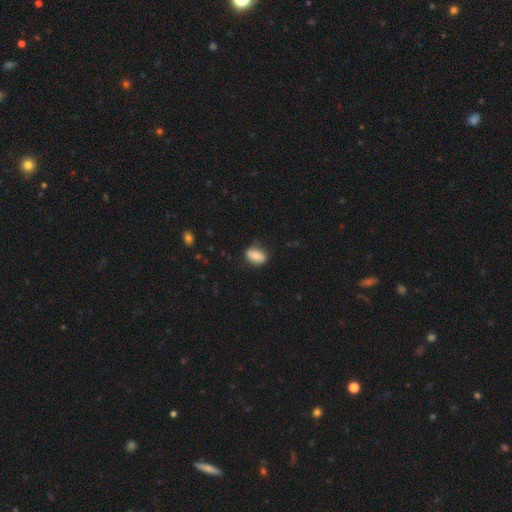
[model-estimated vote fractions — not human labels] Smooth or featured? Predicted: smooth (p=0.80). How rounded? Predicted: in between (p=0.82). Merging? Predicted: none (p=0.76).